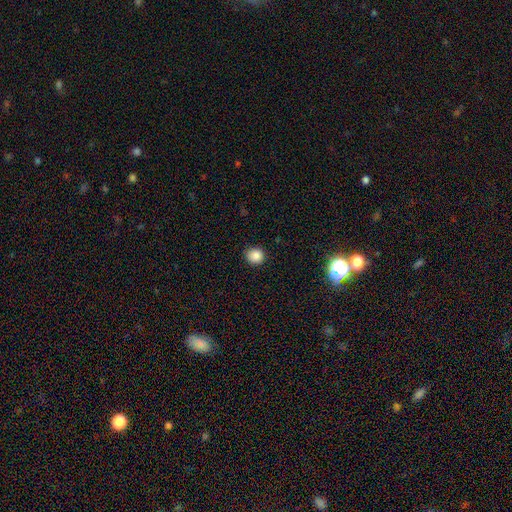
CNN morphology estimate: The model was most divided on "how rounded": round: 87%, in between: 12%, cigar-shaped: 1%. More confident: merging — none (86%); smooth or featured — smooth (86%).